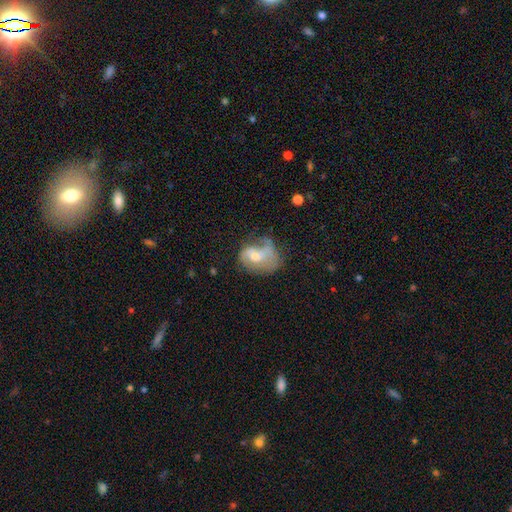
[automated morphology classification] Q: Smooth or featured?
A: featured or disk (55%); runner-up: smooth (36%)
Q: Edge-on disk?
A: no (96%); runner-up: yes (4%)
Q: Bar?
A: no (55%); runner-up: weak (34%)
Q: Spiral arms?
A: yes (56%); runner-up: no (44%)
Q: Bulge size?
A: moderate (52%); runner-up: small (39%)
Q: Merging?
A: none (32%); tied with: major disturbance (32%)